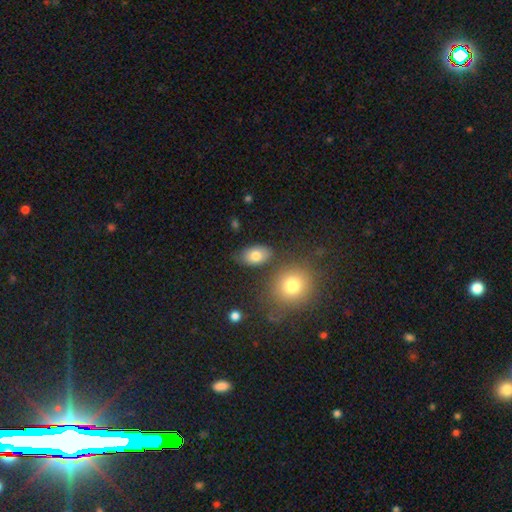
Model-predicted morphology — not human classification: This is likely a smooth galaxy (78%). How rounded: clearly in between (86%). Merging: likely none (75%).